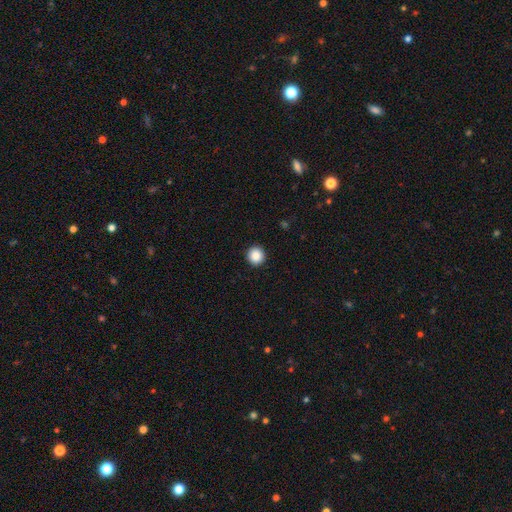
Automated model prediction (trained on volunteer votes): smooth-or-featured: smooth: 88% | star or artifact: 9% | featured or disk: 3%
  how-rounded: round: 94% | in between: 5% | cigar-shaped: 1%
  merging: none: 93% | minor disturbance: 4% | major disturbance: 2% | merger: 1%